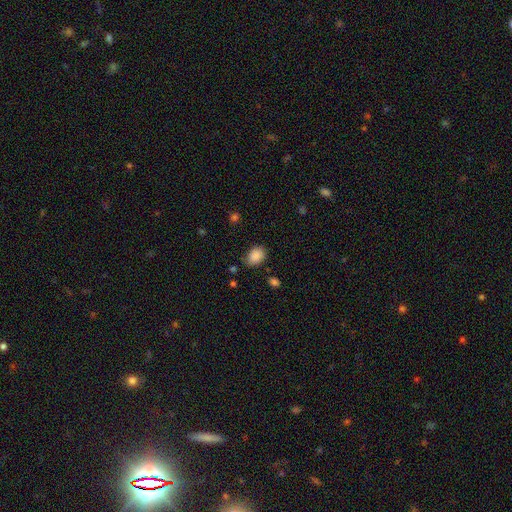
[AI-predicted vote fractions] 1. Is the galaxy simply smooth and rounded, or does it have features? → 88% smooth, 8% star or artifact, 4% featured or disk.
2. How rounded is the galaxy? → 73% in between, 26% round, 1% cigar-shaped.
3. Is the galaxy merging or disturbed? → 76% none, 18% minor disturbance, 4% major disturbance, 2% merger.